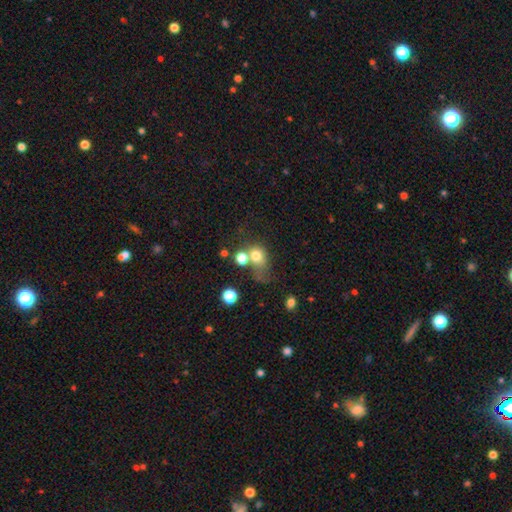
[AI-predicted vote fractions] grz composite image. It shows a smooth galaxy with no disk features (74%) that is round (62%). Merging: merger (35%).